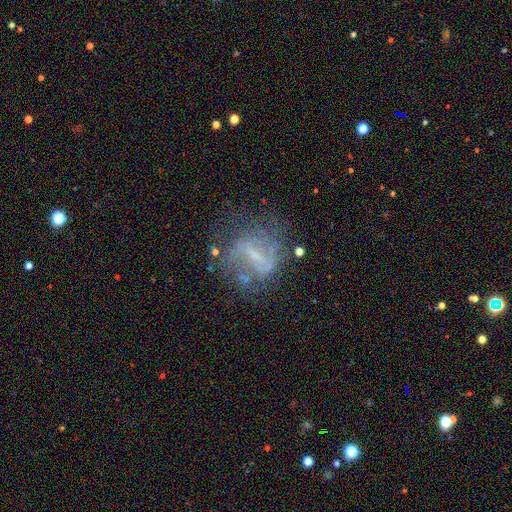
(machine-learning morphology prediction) type=featured or disk (72%); edge-on=no (95%); bar=strong (44%); spiral arms=yes (73%); bulge=small (50%); merging=none (57%).